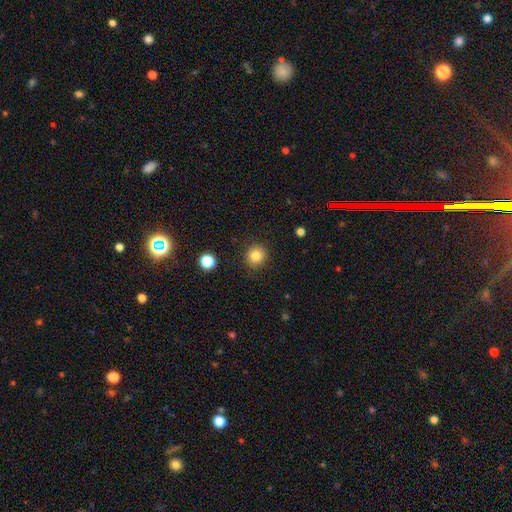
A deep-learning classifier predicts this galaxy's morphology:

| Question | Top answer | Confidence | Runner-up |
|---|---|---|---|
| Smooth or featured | smooth | 83% | star or artifact (11%) |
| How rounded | round | 90% | in between (9%) |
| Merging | none | 90% | minor disturbance (7%) |